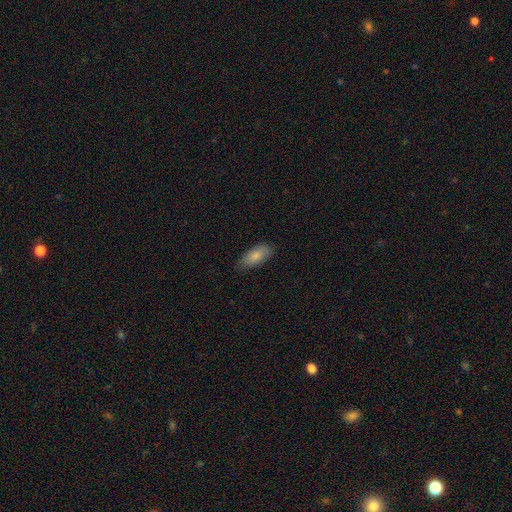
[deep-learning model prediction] smooth-or-featured: smooth: 82% | featured or disk: 12% | star or artifact: 6%
  how-rounded: in between: 88% | cigar-shaped: 10% | round: 2%
  merging: none: 78% | minor disturbance: 18% | major disturbance: 3% | merger: 1%